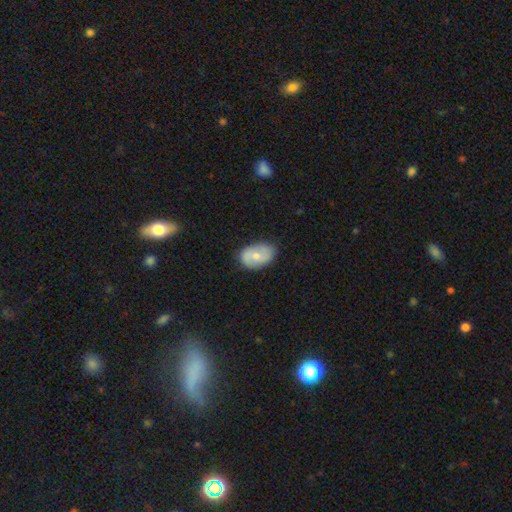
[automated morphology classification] A smooth galaxy with no disk features (58%) that is in between round and cigar-shaped (87%).

Vote fractions:
- Smooth or featured? smooth: 58% / featured or disk: 36% / star or artifact: 6%
- How rounded? in between: 87% / round: 12% / cigar-shaped: 1%
- Merging? none: 77% / minor disturbance: 18% / major disturbance: 4% / merger: 1%